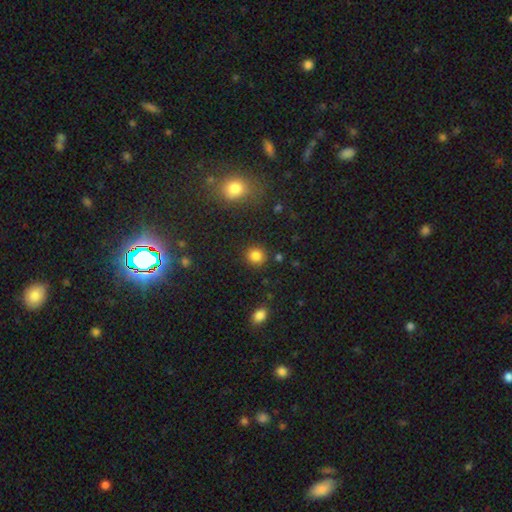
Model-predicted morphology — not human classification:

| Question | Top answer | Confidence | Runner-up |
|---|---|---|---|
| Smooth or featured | smooth | 84% | star or artifact (12%) |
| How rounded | round | 87% | in between (12%) |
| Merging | none | 88% | minor disturbance (7%) |